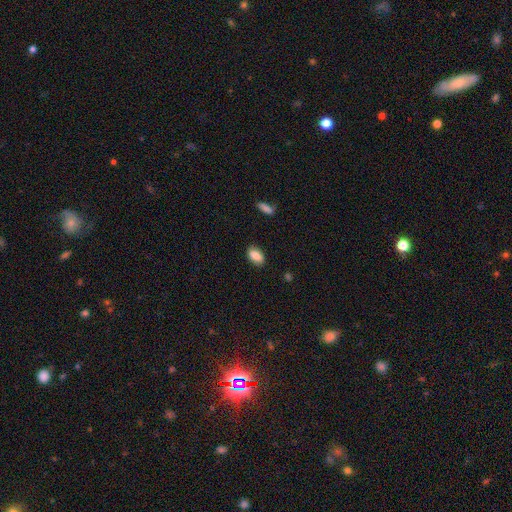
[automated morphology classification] This is clearly a smooth galaxy (87%). How rounded: clearly in between (90%). Merging: clearly none (84%).